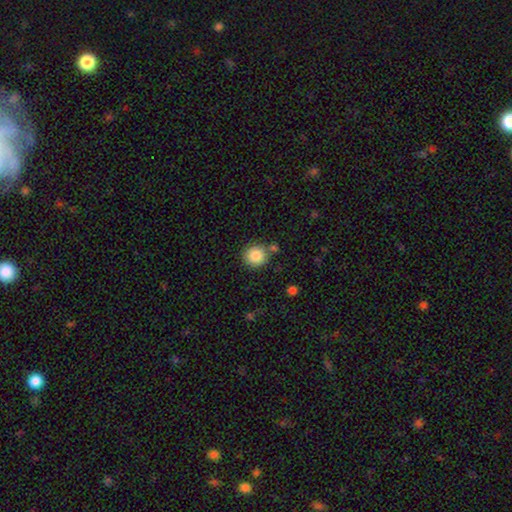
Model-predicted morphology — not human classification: A smooth galaxy with no disk features (85%) that is round (89%). Merging: none (78%).